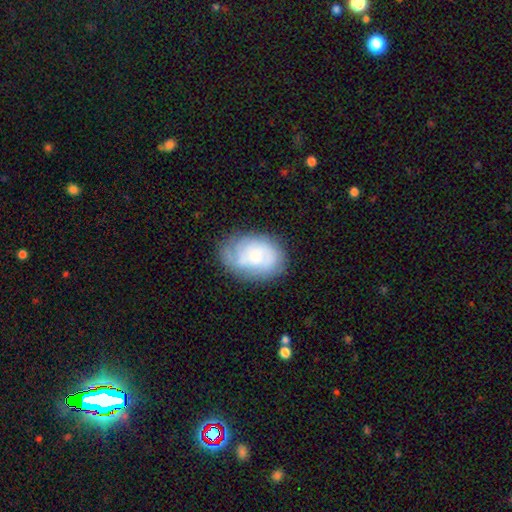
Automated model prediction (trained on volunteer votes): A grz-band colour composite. It shows a featured or disk galaxy (57%) with no bar (74%), spiral arms (84%) and a small central bulge (47%). Merging: none (68%).